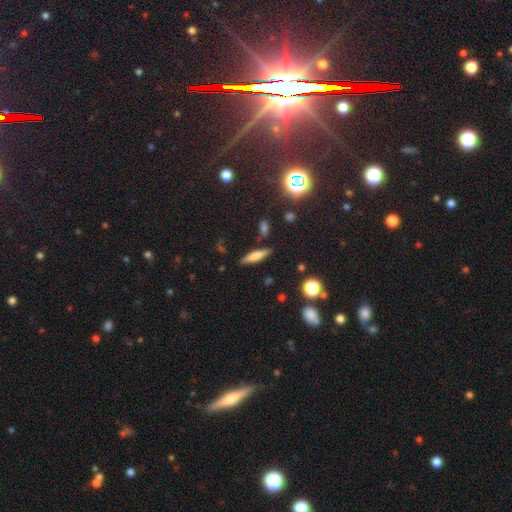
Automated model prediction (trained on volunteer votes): smooth_or_featured: smooth (p=0.65) [alt: featured or disk p=0.24]
how_rounded: cigar-shaped (p=0.72) [alt: in between p=0.26]
merging: none (p=0.82) [alt: minor disturbance p=0.11]